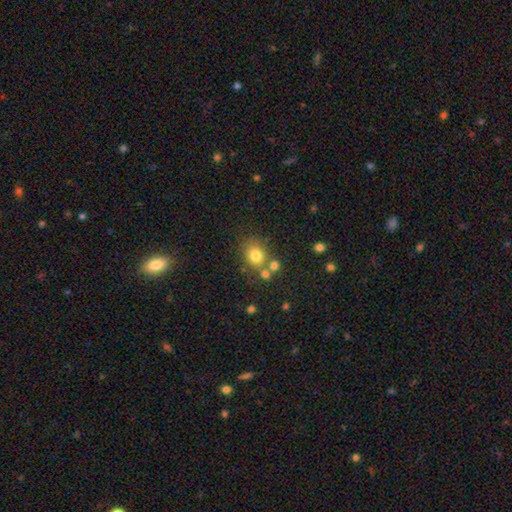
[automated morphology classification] type=smooth (77%); roundness=round (67%); merging=none (62%).